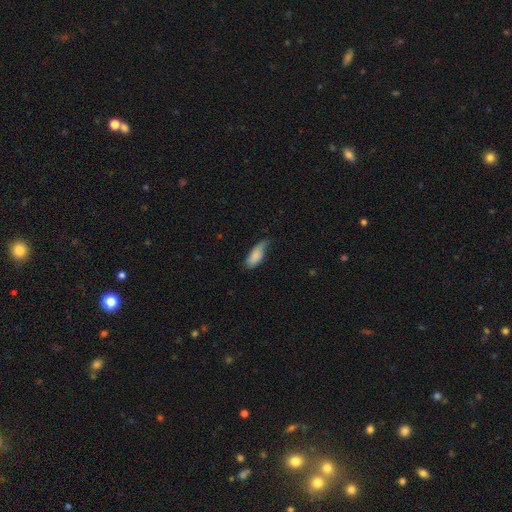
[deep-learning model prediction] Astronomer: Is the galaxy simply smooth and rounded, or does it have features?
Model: smooth — 80%.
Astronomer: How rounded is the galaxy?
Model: in between — 77%.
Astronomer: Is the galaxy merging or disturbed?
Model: minor disturbance — 43%, tied with none at 43%.